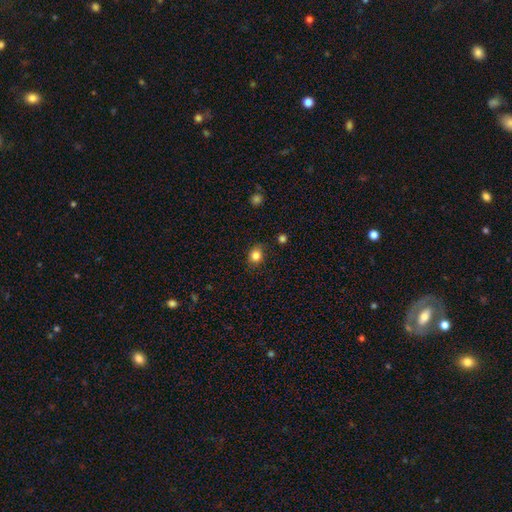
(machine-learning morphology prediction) smooth 83%, star or artifact 11%, featured or disk 6%. Down the decision tree: how rounded — round (59%); merging — none (80%).